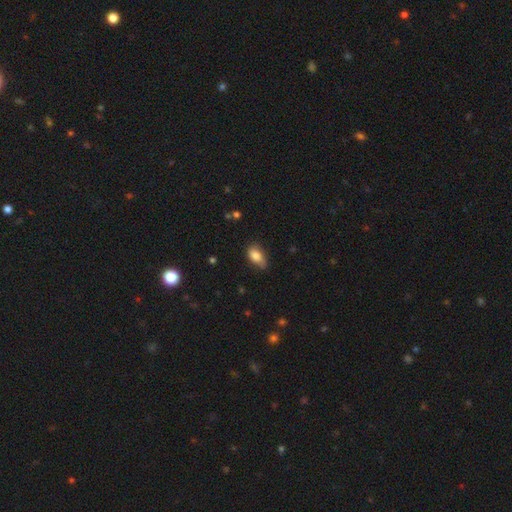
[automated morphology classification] This appears to be a smooth galaxy with no disk features (81%) that is in between round and cigar-shaped (89%). Merging: none (60%).